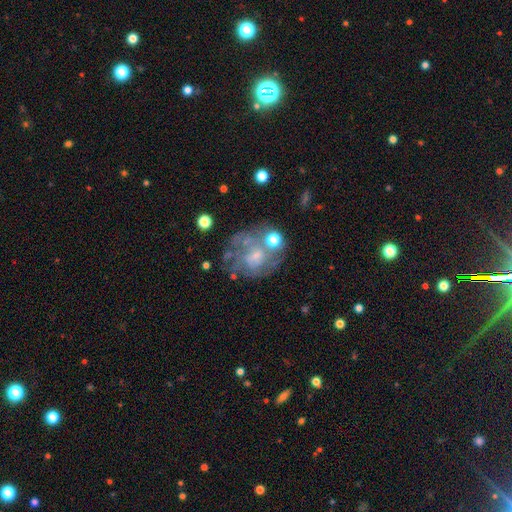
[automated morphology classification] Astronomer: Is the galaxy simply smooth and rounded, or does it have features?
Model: featured or disk — 64%.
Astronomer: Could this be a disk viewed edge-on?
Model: no — 98%.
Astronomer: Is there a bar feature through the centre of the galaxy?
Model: no — 76%.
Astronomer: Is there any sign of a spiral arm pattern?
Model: yes — 53% (runner-up: no, 47%).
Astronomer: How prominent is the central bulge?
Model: small — 51%.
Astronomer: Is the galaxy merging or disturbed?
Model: none — 48%.